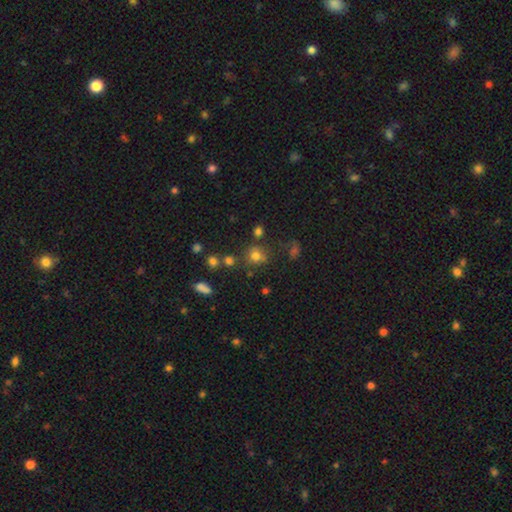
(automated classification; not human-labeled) Smooth or featured: smooth — 72% (star or artifact — 20%)
How rounded: round — 84% (in between — 15%)
Merging: none — 69% (merger — 13%)